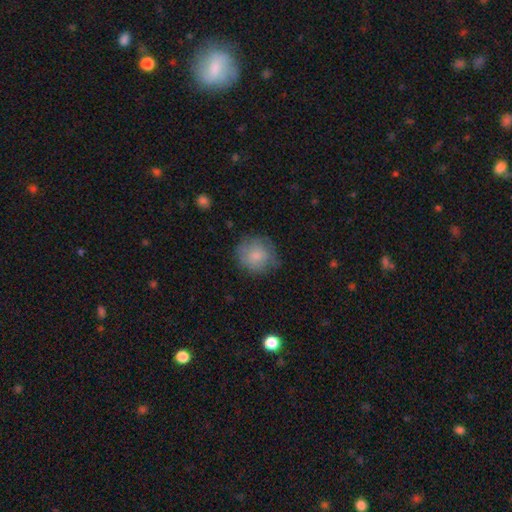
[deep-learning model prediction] Smooth or featured: smooth — 76% (featured or disk — 17%)
How rounded: round — 89% (in between — 10%)
Merging: none — 70% (minor disturbance — 22%)